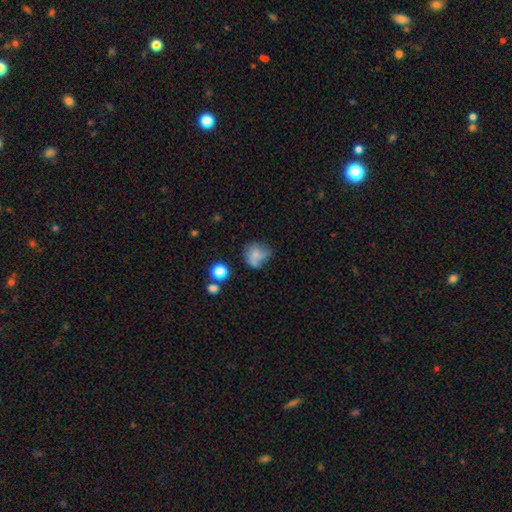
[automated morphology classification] smooth-or-featured: smooth: 70% | featured or disk: 18% | star or artifact: 12%
  how-rounded: round: 72% | in between: 27% | cigar-shaped: 1%
  merging: none: 48% | minor disturbance: 29% | major disturbance: 16% | merger: 7%